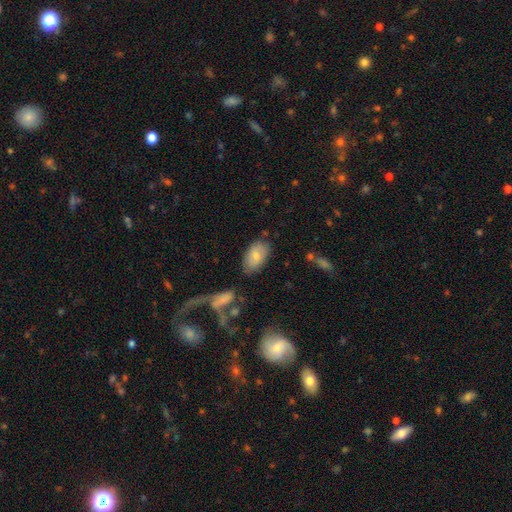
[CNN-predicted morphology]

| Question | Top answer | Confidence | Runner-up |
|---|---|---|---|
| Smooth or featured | smooth | 77% | featured or disk (17%) |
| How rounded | in between | 94% | round (4%) |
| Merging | none | 73% | minor disturbance (17%) |